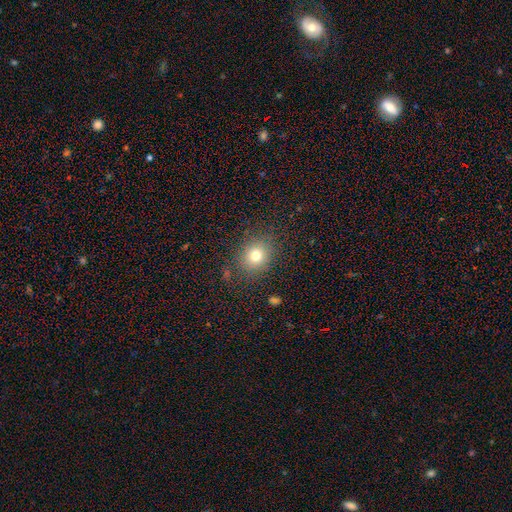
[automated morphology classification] Smooth or featured? smooth (75%)
How rounded? round (70%)
Merging? none (84%)